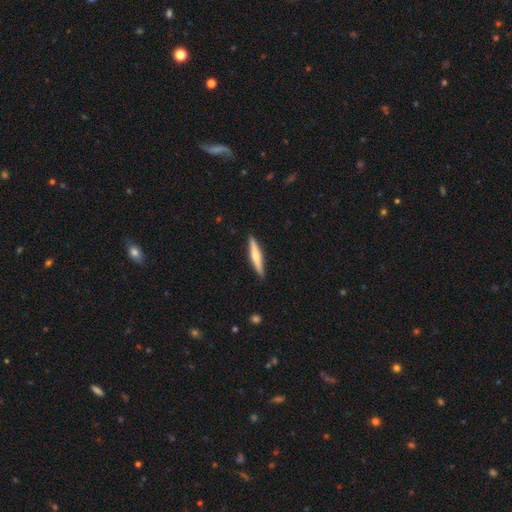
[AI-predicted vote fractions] The model was most divided on "smooth or featured": smooth: 51%, featured or disk: 44%, star or artifact: 5%. More confident: how rounded — cigar-shaped (91%); merging — none (90%).